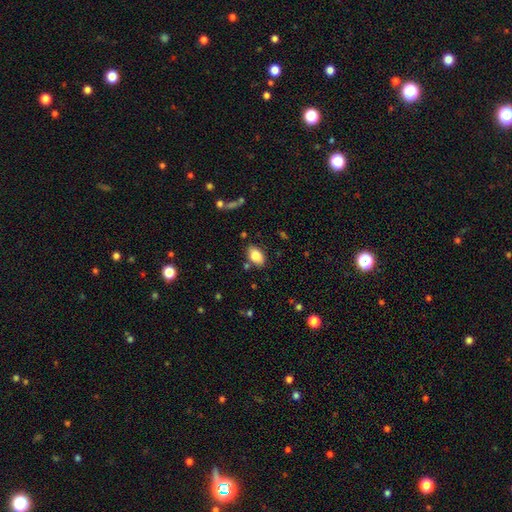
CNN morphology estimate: This appears to be a smooth galaxy with no disk features (85%) that is in between round and cigar-shaped (91%). Merging: none (81%).